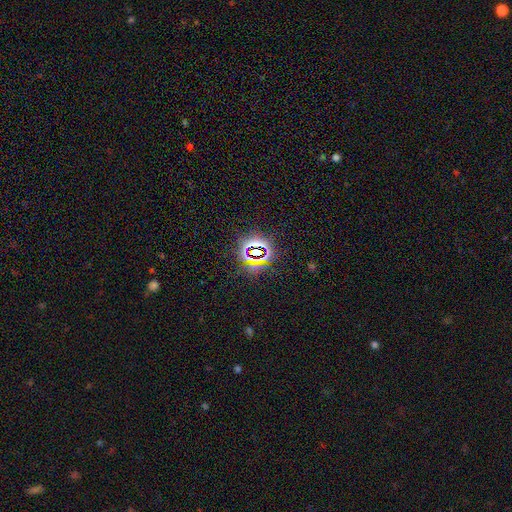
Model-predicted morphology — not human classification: Smooth or featured? Predicted: star or artifact (p=0.80).